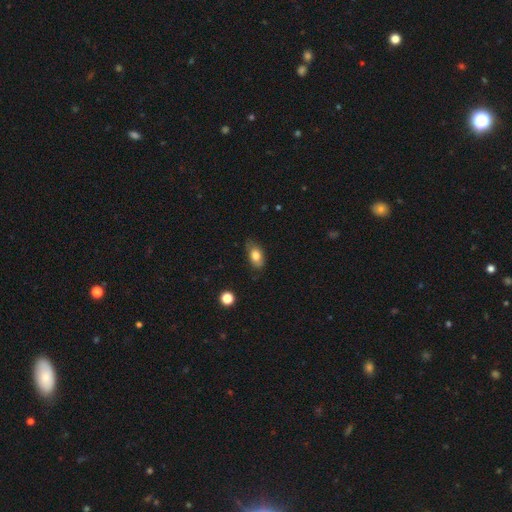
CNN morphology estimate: Smooth or featured: smooth — 79% (featured or disk — 13%)
How rounded: in between — 89% (round — 8%)
Merging: none — 73% (minor disturbance — 22%)